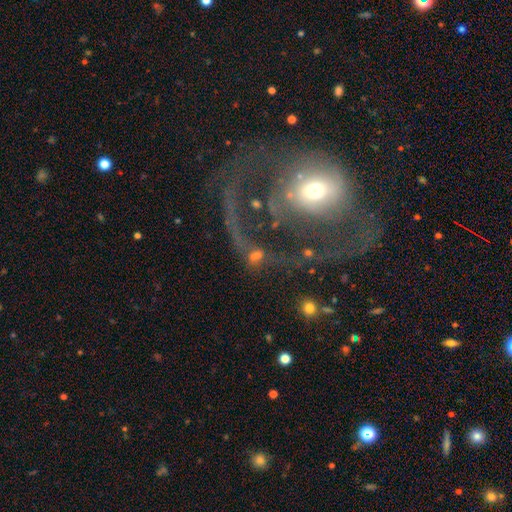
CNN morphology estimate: The model was most divided on "merging": none: 40%, major disturbance: 29%, merger: 18%, minor disturbance: 13%. More confident: edge-on disk — no (90%); smooth or featured — featured or disk (51%).